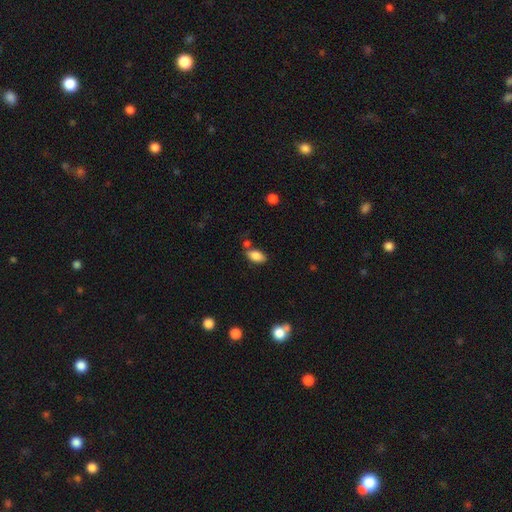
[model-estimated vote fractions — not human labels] A smooth galaxy with no disk features (86%) that is in between round and cigar-shaped (93%).

Vote fractions:
- Smooth or featured? smooth: 86% / star or artifact: 8% / featured or disk: 6%
- How rounded? in between: 93% / round: 5% / cigar-shaped: 3%
- Merging? none: 67% / minor disturbance: 16% / merger: 13% / major disturbance: 4%